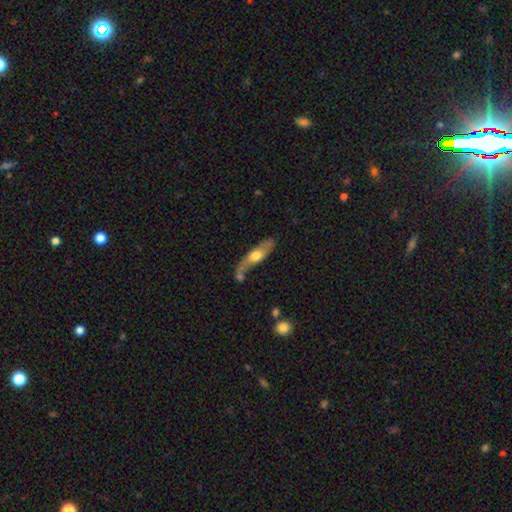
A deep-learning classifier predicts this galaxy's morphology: smooth-or-featured: featured or disk: 48% | smooth: 46% | star or artifact: 6%
  merging: none: 51% | minor disturbance: 22% | merger: 17% | major disturbance: 10%